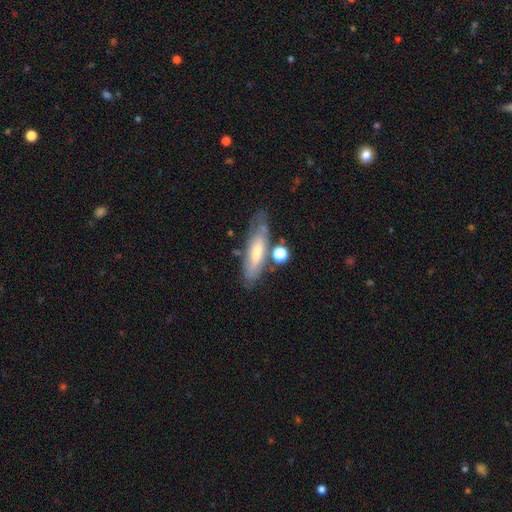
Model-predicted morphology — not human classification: smooth_or_featured: smooth (p=0.51) [alt: featured or disk p=0.42]
how_rounded: cigar-shaped (p=0.51) [alt: in between p=0.47]
merging: none (p=0.57) [alt: minor disturbance p=0.22]